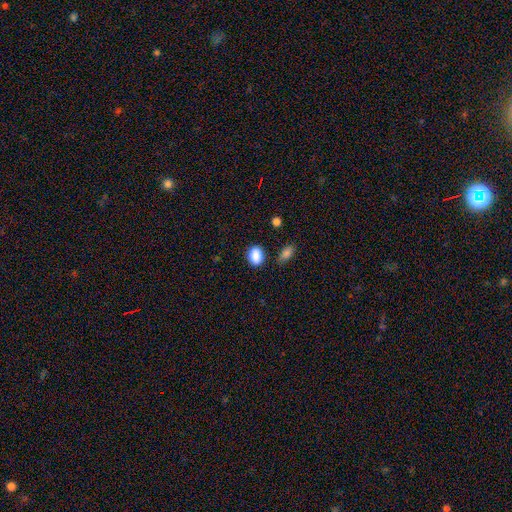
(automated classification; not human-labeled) Smooth or featured? smooth (88%)
How rounded? in between (65%)
Merging? none (80%)